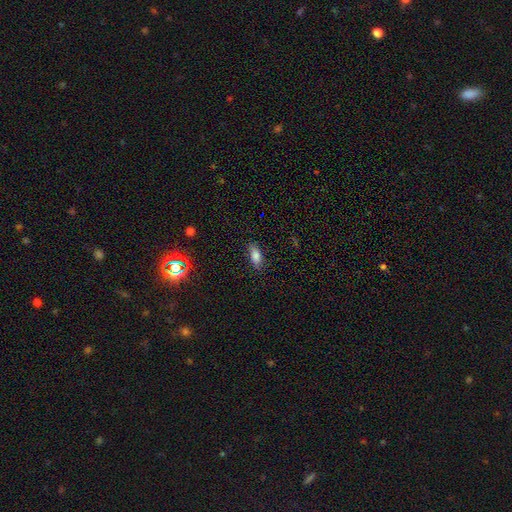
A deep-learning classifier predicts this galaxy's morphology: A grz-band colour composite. It shows a smooth galaxy with no disk features (79%) that is in between round and cigar-shaped (79%). Merging: none (81%).